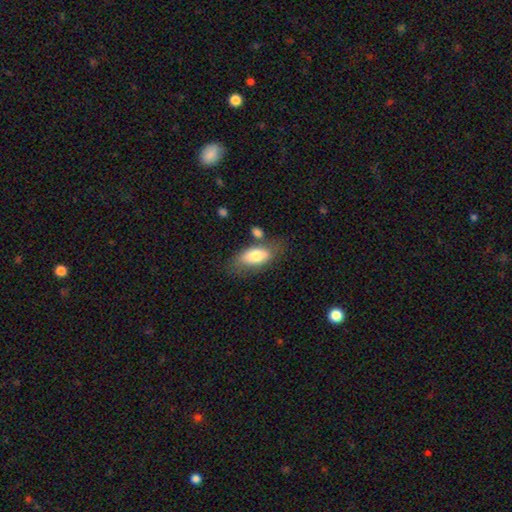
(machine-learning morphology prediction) Smooth or featured? smooth (75%)
How rounded? in between (88%)
Merging? none (57%)